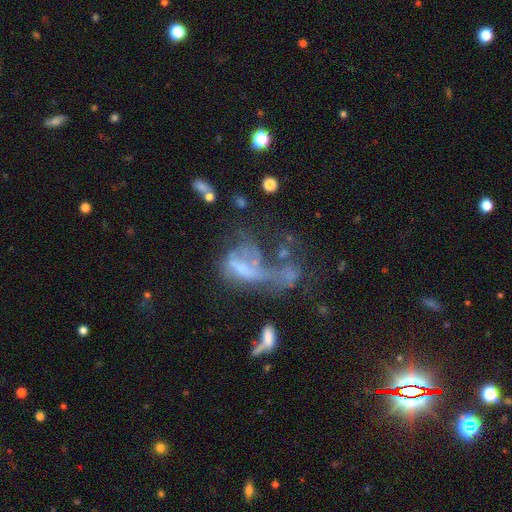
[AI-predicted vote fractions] Smooth or featured? featured or disk (51%)
Edge-on disk? no (93%)
Merging? major disturbance (40%)